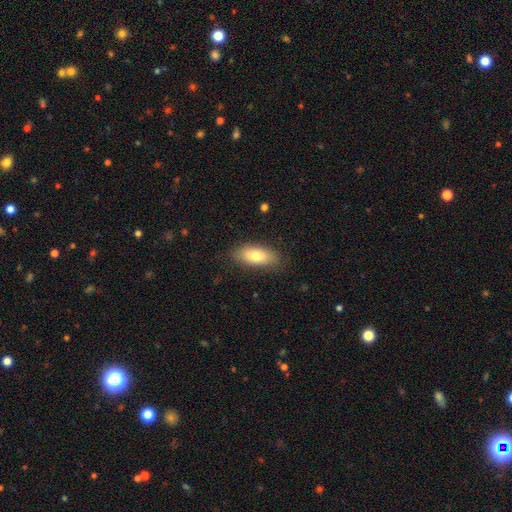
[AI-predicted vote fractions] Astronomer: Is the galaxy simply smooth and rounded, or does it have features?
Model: smooth — 75%.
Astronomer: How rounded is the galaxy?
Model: in between — 82%.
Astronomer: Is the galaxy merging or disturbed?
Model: none — 84%.